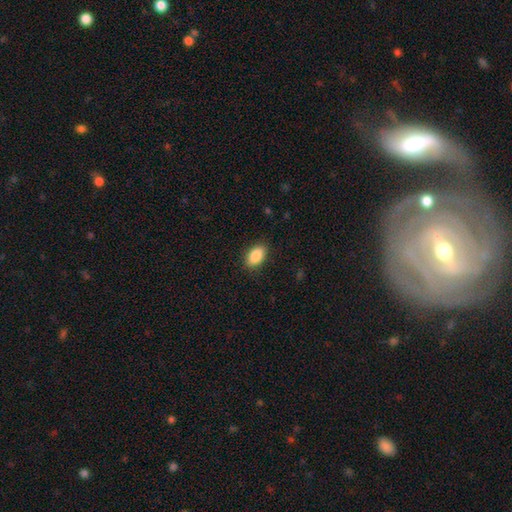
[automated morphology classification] The model was most divided on "merging": none: 88%, minor disturbance: 9%, major disturbance: 2%, merger: 1%. More confident: how rounded — in between (92%); smooth or featured — smooth (89%).